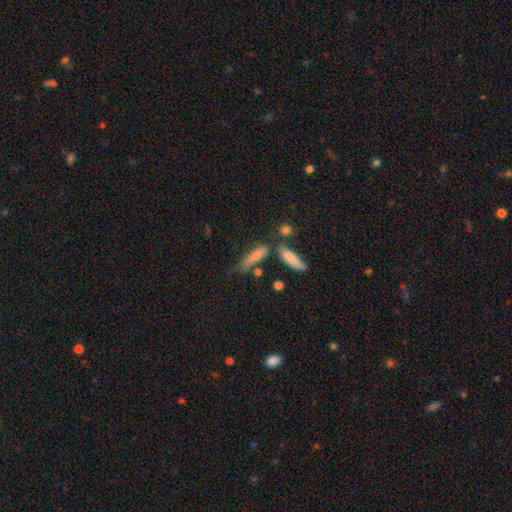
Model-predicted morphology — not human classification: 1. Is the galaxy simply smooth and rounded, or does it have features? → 74% smooth, 16% featured or disk, 9% star or artifact.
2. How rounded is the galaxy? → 73% cigar-shaped, 24% in between, 3% round.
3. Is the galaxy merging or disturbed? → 52% none, 20% minor disturbance, 18% merger, 9% major disturbance.